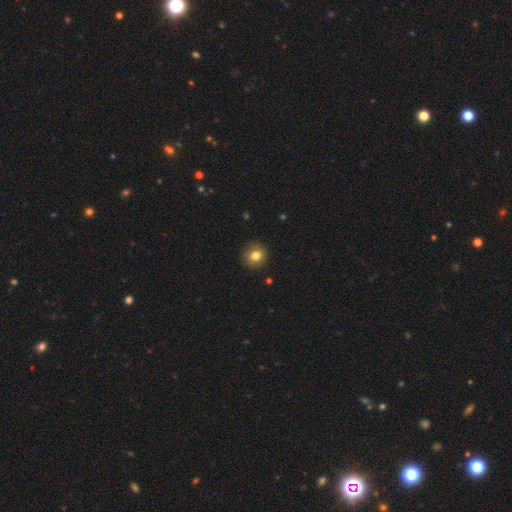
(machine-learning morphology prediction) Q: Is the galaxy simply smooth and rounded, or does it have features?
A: smooth — 80%.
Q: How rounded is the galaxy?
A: round — 86%.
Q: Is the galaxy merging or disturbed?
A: none — 89%.